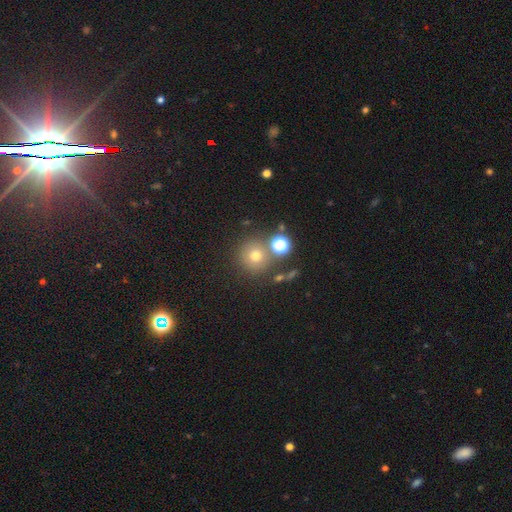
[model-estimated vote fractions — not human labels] smooth_or_featured: smooth (p=0.69) [alt: star or artifact p=0.20]
how_rounded: round (p=0.93) [alt: in between p=0.06]
merging: none (p=0.75) [alt: merger p=0.11]